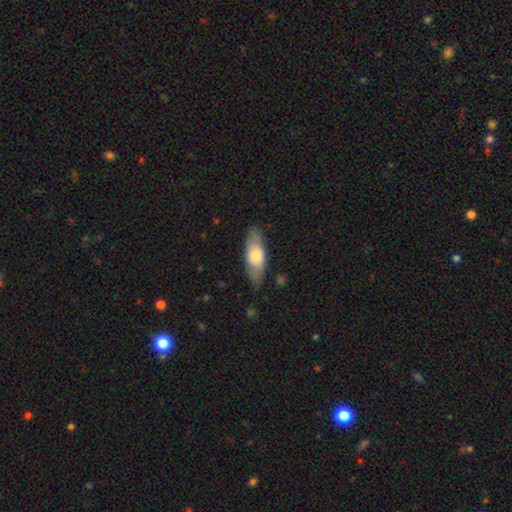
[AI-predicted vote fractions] smooth 67%, featured or disk 27%, star or artifact 6%. Down the decision tree: how rounded — in between (69%); merging — none (80%).